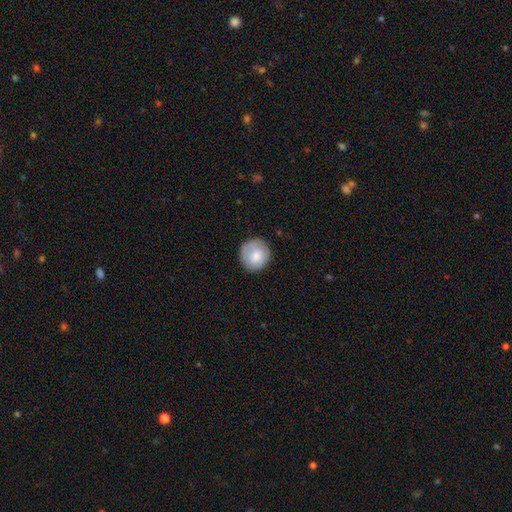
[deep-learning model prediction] Q: Smooth or featured?
A: smooth (80%); runner-up: featured or disk (13%)
Q: How rounded?
A: round (92%); runner-up: in between (7%)
Q: Merging?
A: none (82%); runner-up: minor disturbance (13%)